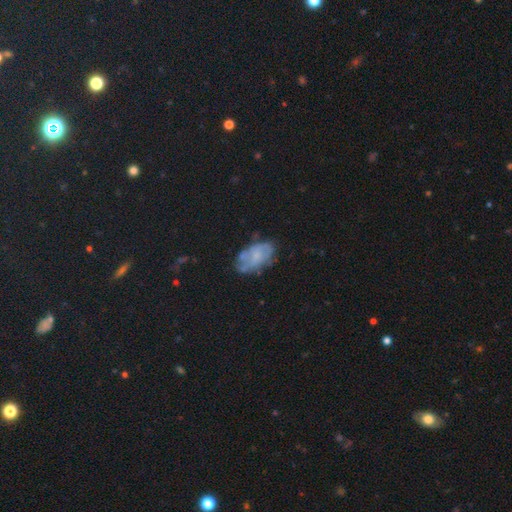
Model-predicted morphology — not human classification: Overall: featured or disk (51%; smooth 40%). Edge-on disk: no (96%). Merging: none (59%; minor disturbance 25%).